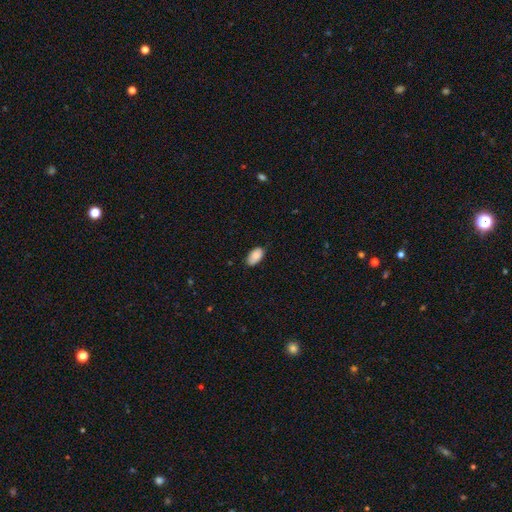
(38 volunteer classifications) Smooth or featured? smooth (87%)
How rounded? in between (88%)
Merging? none (78%)